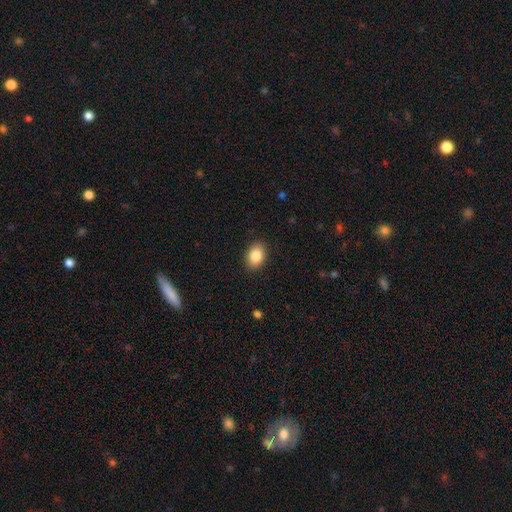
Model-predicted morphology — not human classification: A smooth galaxy with no disk features (86%) that is in between round and cigar-shaped (77%). Merging: none (89%).